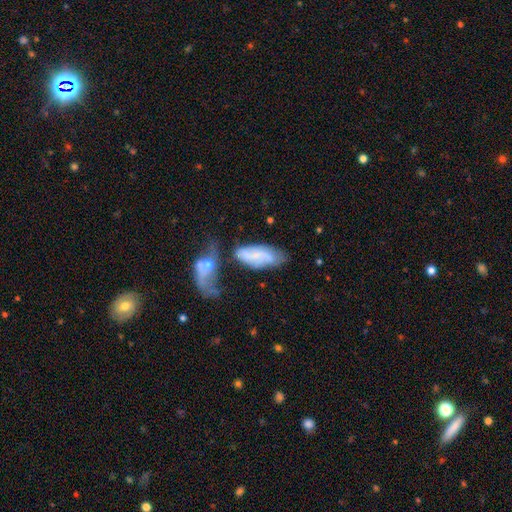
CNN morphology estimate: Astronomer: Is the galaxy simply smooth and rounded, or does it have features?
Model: featured or disk — 49% (runner-up: smooth, 42%).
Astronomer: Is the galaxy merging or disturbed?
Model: none — 42% (runner-up: minor disturbance, 24%).